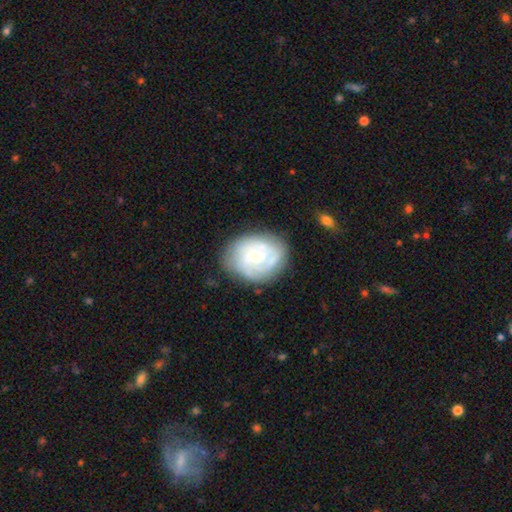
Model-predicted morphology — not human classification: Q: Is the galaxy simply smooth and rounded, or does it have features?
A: featured or disk — 69%.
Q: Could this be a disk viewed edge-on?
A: no — 98%.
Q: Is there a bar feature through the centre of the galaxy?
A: no — 72%.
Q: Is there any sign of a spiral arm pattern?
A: yes — 83%.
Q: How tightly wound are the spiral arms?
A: tight — 64%.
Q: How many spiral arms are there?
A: can't tell — 41%.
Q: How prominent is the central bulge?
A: small — 51%.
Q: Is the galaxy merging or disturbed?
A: none — 72%.